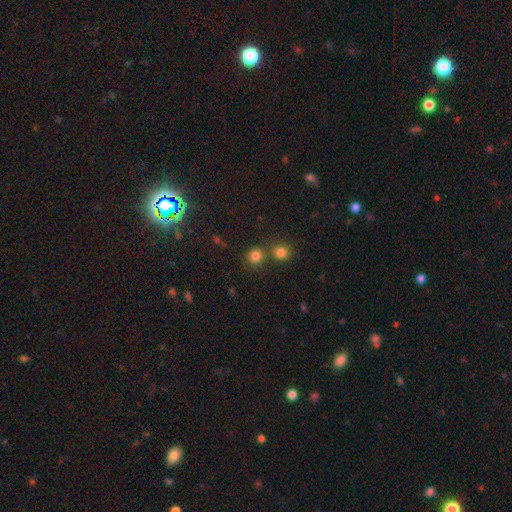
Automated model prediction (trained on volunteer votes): Morphology: type=smooth (79%); roundness=round (89%); merging=none (67%).